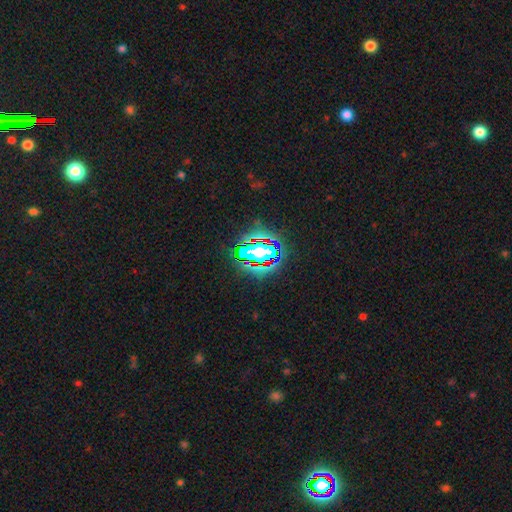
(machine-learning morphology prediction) star or artifact 72%, smooth 15%, featured or disk 13%.